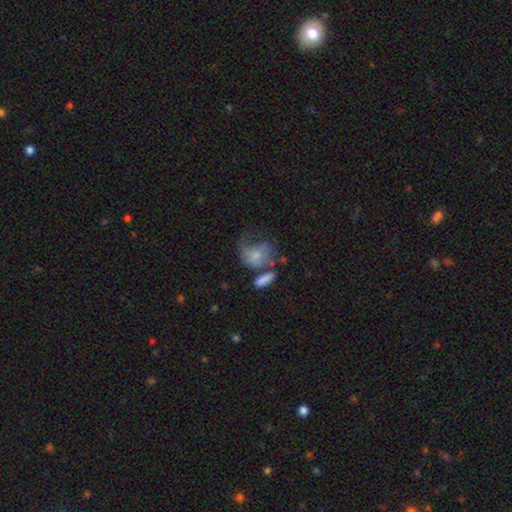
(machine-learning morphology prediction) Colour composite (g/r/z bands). It shows a smooth galaxy with no disk features (62%) that is in between round and cigar-shaped (52%). Merging: major disturbance (36%).